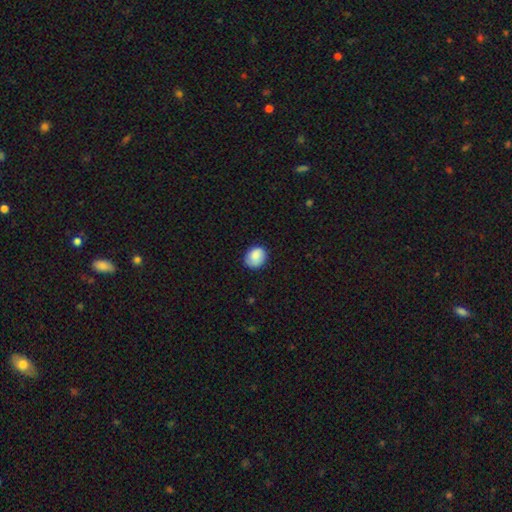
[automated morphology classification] A smooth galaxy with no disk features (84%) that is round (56%).

Vote fractions:
- Smooth or featured? smooth: 84% / featured or disk: 8% / star or artifact: 7%
- How rounded? round: 56% / in between: 43% / cigar-shaped: 1%
- Merging? none: 77% / minor disturbance: 18% / major disturbance: 3% / merger: 1%